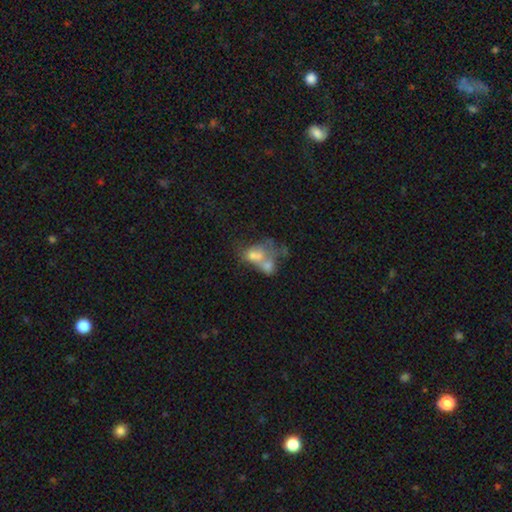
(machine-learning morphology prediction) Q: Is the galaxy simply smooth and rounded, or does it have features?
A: smooth — 48%.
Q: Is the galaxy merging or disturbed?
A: merger — 66%.